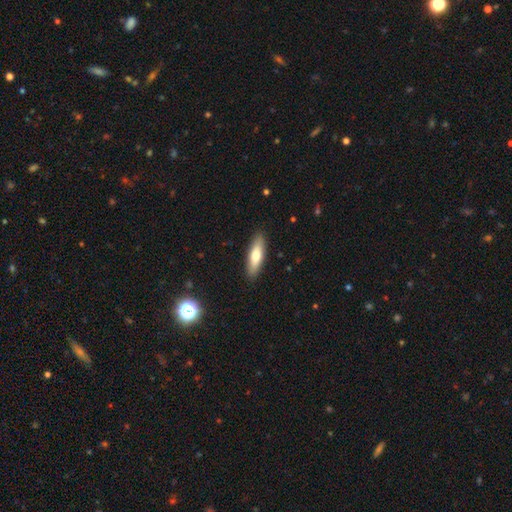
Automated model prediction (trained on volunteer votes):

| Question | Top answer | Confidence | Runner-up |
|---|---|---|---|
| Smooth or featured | smooth | 69% | featured or disk (25%) |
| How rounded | cigar-shaped | 56% | in between (42%) |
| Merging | none | 89% | minor disturbance (8%) |